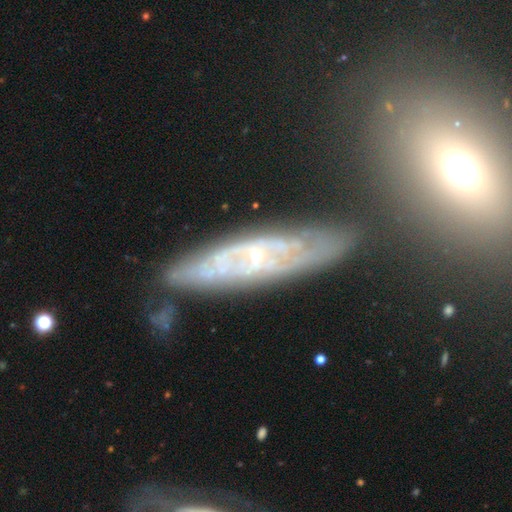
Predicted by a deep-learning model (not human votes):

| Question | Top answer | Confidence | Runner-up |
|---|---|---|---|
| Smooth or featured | featured or disk | 79% | smooth (13%) |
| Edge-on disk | no | 71% | yes (29%) |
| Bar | no | 66% | weak (26%) |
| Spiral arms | yes | 75% | no (25%) |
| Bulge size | small | 75% | moderate (20%) |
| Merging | none | 60% | minor disturbance (21%) |